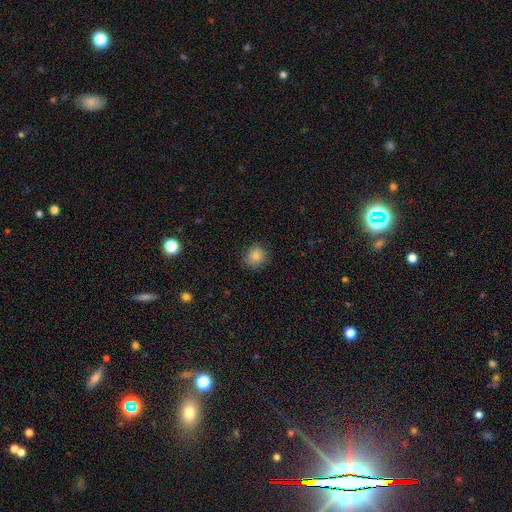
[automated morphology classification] Smooth or featured? Predicted: smooth (p=0.83). How rounded? Predicted: round (p=0.83). Merging? Predicted: none (p=0.81).